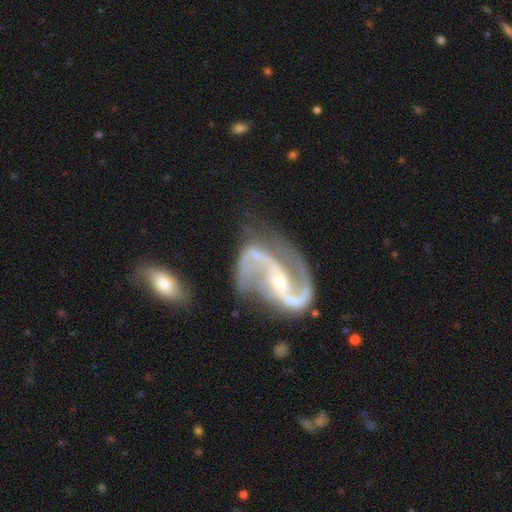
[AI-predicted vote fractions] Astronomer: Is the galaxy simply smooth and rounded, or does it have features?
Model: featured or disk — 89%.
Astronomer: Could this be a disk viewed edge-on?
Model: no — 98%.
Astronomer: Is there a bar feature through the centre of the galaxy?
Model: weak — 41% (runner-up: strong, 32%).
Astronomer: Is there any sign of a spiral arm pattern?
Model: yes — 95%.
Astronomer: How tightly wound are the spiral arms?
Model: loose — 47% (runner-up: medium, 43%).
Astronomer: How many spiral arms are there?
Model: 2 — 87%.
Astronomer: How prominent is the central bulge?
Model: small — 56% (runner-up: moderate, 34%).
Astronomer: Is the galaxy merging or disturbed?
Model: none — 50%.